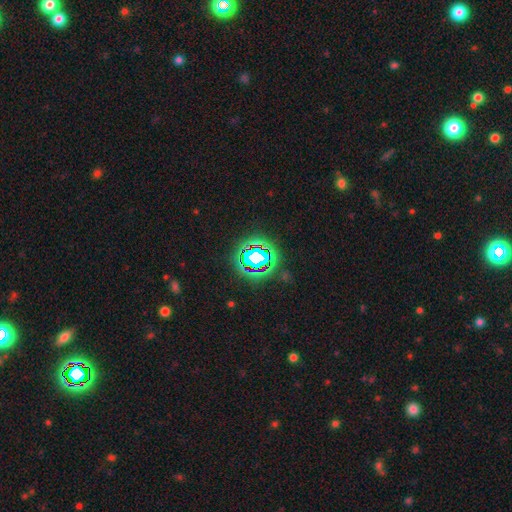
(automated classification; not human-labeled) star or artifact 78%, smooth 14%, featured or disk 7%.